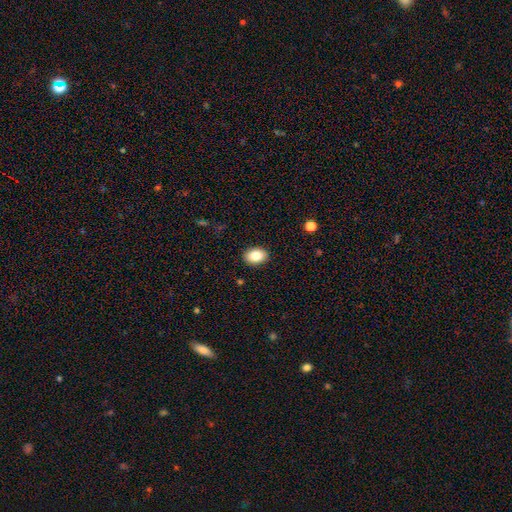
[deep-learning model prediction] The model was most divided on "how rounded": in between: 78%, round: 21%, cigar-shaped: 1%. More confident: merging — none (89%); smooth or featured — smooth (84%).